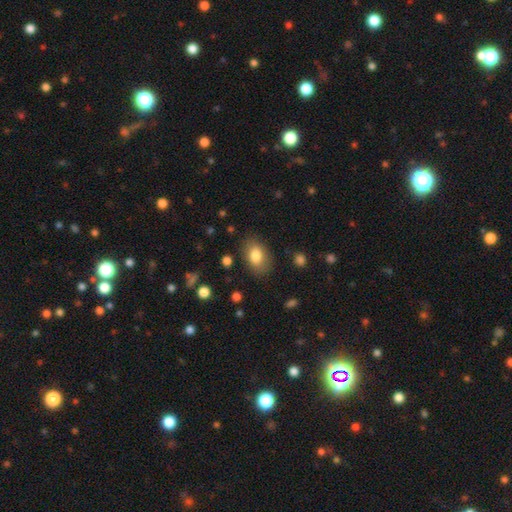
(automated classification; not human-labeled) Smooth or featured?
  - smooth: 82% *
  - featured or disk: 10%
  - star or artifact: 8%
How rounded?
  - in between: 84% *
  - round: 15%
  - cigar-shaped: 1%
Merging?
  - none: 78% *
  - minor disturbance: 15%
  - major disturbance: 5%
  - merger: 2%